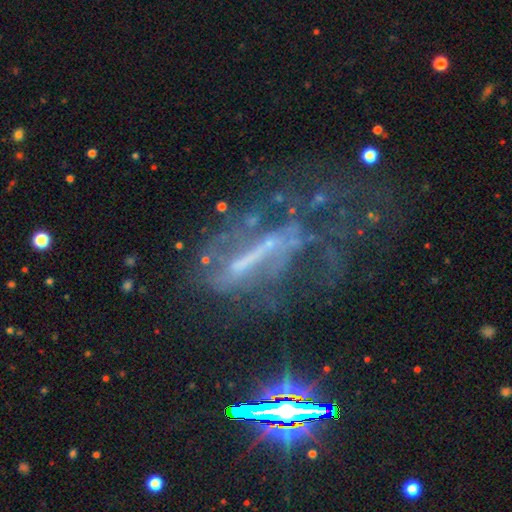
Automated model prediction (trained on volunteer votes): Smooth or featured?
  - featured or disk: 62% *
  - star or artifact: 24%
  - smooth: 13%
Edge-on disk?
  - no: 73% *
  - yes: 27%
Merging?
  - major disturbance: 46% *
  - none: 29%
  - minor disturbance: 18%
  - merger: 6%